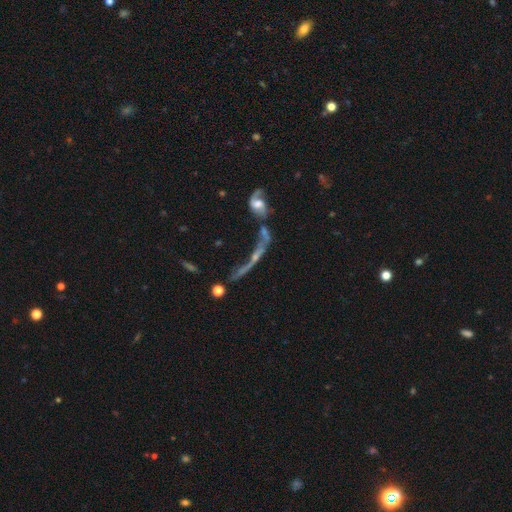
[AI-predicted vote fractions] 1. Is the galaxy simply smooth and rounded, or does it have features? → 58% featured or disk, 23% smooth, 19% star or artifact.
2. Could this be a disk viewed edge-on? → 62% no, 38% yes.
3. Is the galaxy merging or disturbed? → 51% merger, 20% major disturbance, 19% none, 9% minor disturbance.